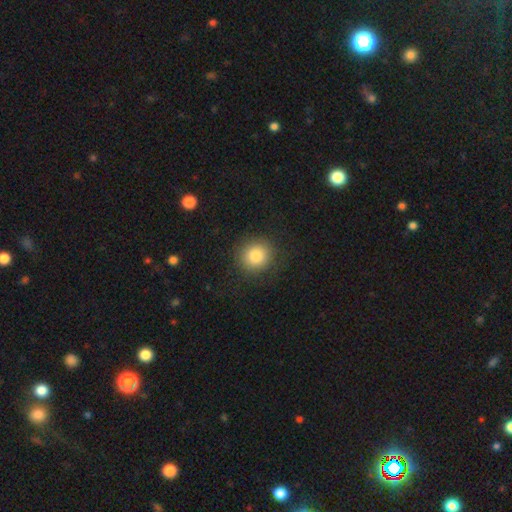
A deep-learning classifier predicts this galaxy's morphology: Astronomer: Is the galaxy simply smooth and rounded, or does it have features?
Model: smooth — 84%.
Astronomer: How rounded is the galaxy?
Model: round — 90%.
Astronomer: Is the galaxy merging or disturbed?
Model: none — 87%.